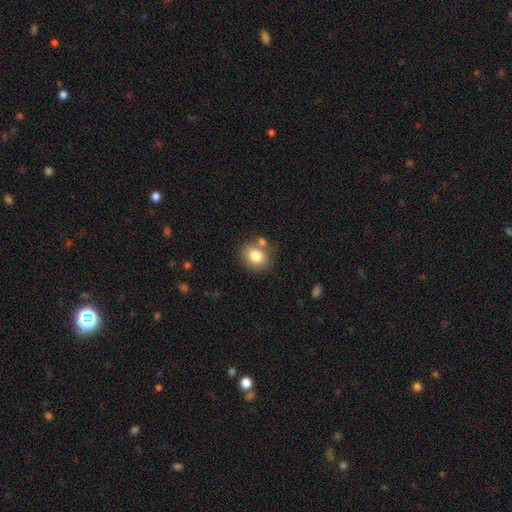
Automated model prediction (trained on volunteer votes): Smooth or featured?
  - smooth: 80% *
  - featured or disk: 10%
  - star or artifact: 10%
How rounded?
  - round: 64% *
  - in between: 35%
  - cigar-shaped: 1%
Merging?
  - none: 66% *
  - merger: 18%
  - minor disturbance: 12%
  - major disturbance: 4%